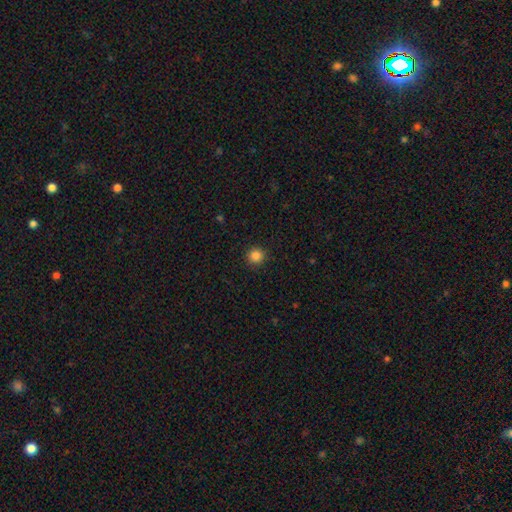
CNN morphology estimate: Smooth or featured? smooth (85%)
How rounded? round (95%)
Merging? none (92%)